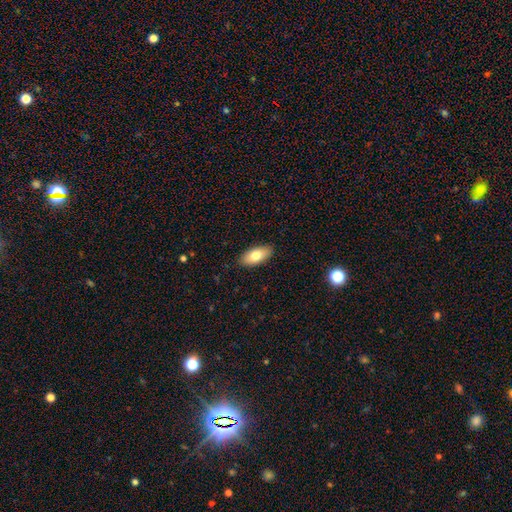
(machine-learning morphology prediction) This is likely a smooth galaxy (78%). How rounded: clearly in between (90%). Merging: clearly none (89%).